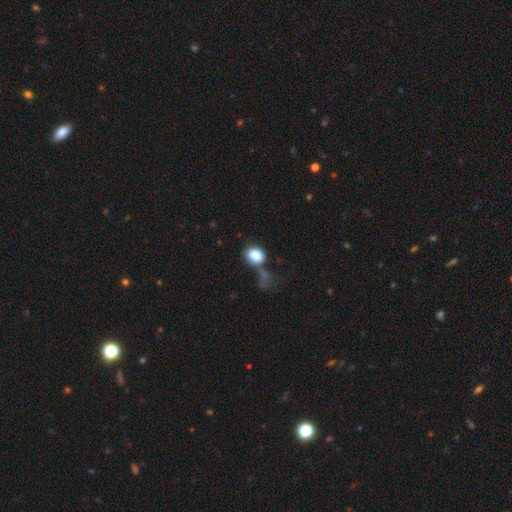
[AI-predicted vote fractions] Smooth or featured? Predicted: smooth (p=0.82). How rounded? Predicted: in between (p=0.64). Merging? Predicted: none (p=0.37).